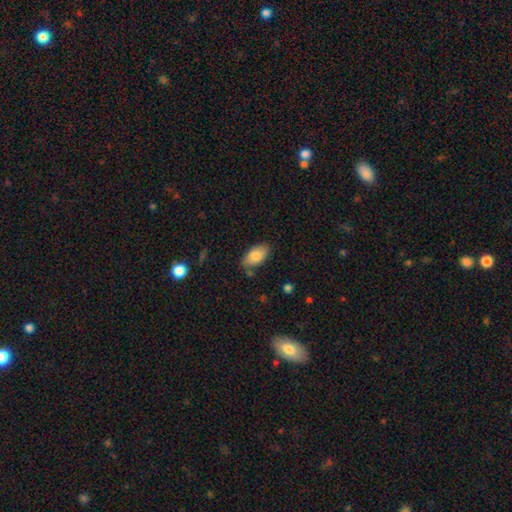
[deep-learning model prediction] A smooth galaxy with no disk features (81%) that is in between round and cigar-shaped (93%). Merging: none (79%).